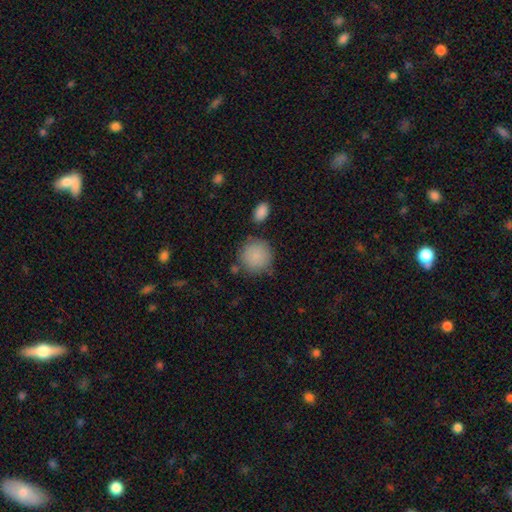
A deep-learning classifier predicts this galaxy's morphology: The model was most divided on "merging": none: 76%, minor disturbance: 14%, merger: 6%, major disturbance: 4%. More confident: how rounded — round (92%); smooth or featured — smooth (87%).